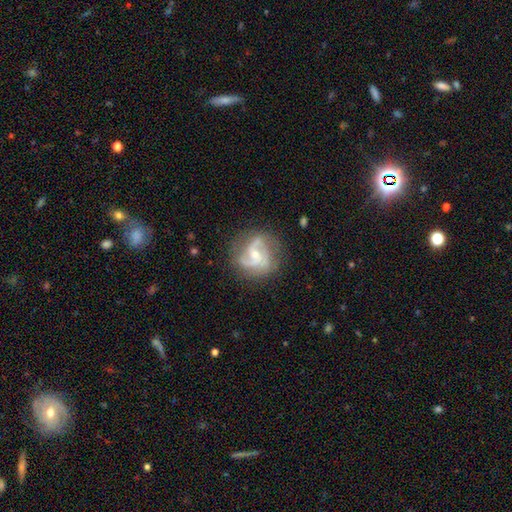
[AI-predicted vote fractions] A featured or disk galaxy (85%) with no bar (51%), 2 (54%) medium (54%) spiral arms (96%) and a small central bulge (56%).

Vote fractions:
- Smooth or featured? featured or disk: 85% / smooth: 9% / star or artifact: 6%
- Edge-on disk? no: 98% / yes: 2%
- Bar? no: 51% / weak: 39% / strong: 9%
- Spiral arms? yes: 96% / no: 4%
- Spiral winding? medium: 54% / tight: 25% / loose: 21%
- Spiral arm count? 2: 54% / 3: 28% / can't tell: 9% / 1: 3% / 4: 3% / more than 4: 3%
- Bulge size? small: 56% / moderate: 40% / none: 2% / large: 2% / dominant: 1%
- Merging? none: 71% / minor disturbance: 18% / major disturbance: 9% / merger: 2%